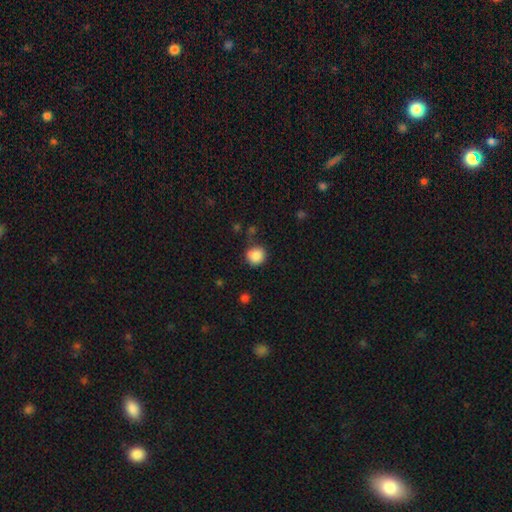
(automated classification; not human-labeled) A smooth galaxy with no disk features (86%) that is round (87%). Merging: none (76%).